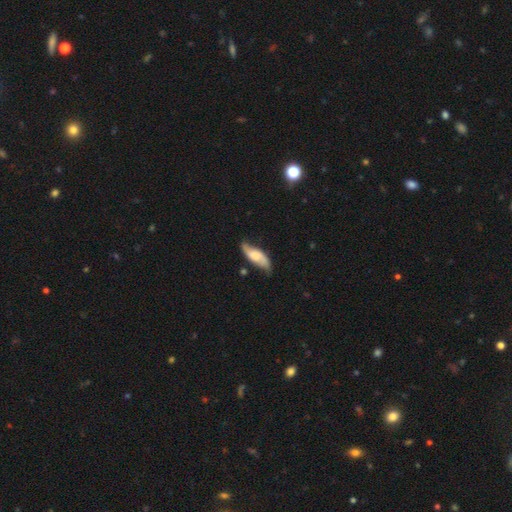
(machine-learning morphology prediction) smooth_or_featured: featured or disk (p=0.56) [alt: smooth p=0.38]
disk_edge_on: no (p=0.79) [alt: yes p=0.21]
merging: none (p=0.66) [alt: minor disturbance p=0.25]